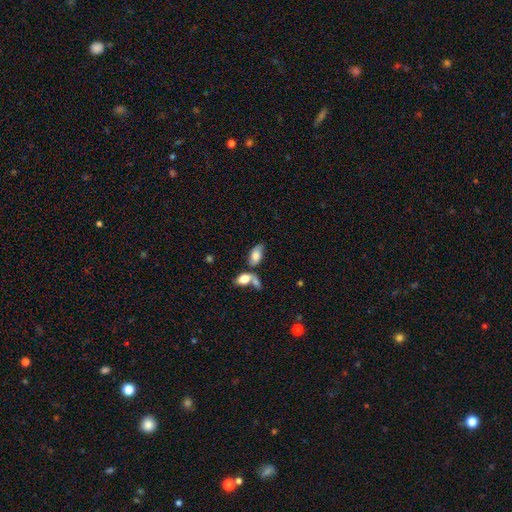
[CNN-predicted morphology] Q: Smooth or featured?
A: smooth (70%); runner-up: featured or disk (21%)
Q: How rounded?
A: in between (92%); runner-up: round (5%)
Q: Merging?
A: merger (44%); runner-up: none (30%)